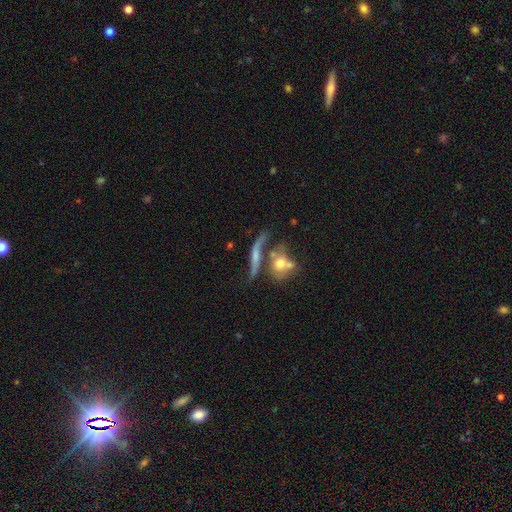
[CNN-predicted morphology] type=featured or disk (58%); edge-on=no (56%); merging=none (35%).